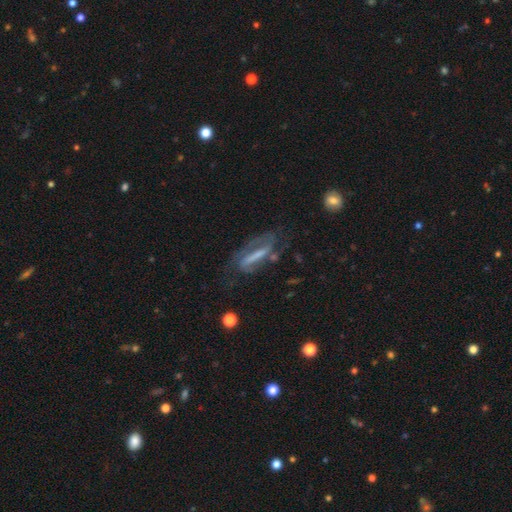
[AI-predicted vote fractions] A featured or disk galaxy (69%).

Vote fractions:
- Smooth or featured? featured or disk: 69% / smooth: 21% / star or artifact: 10%
- Edge-on disk? no: 69% / yes: 31%
- Merging? none: 56% / minor disturbance: 22% / major disturbance: 19% / merger: 4%